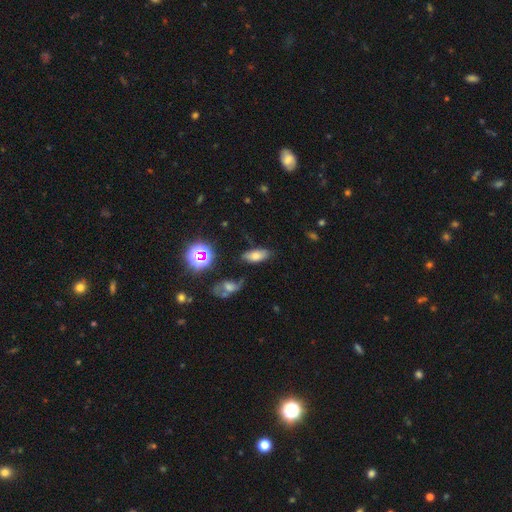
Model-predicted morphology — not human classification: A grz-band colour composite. It shows a smooth galaxy with no disk features (71%) that is in between round and cigar-shaped (83%). Merging: none (73%).